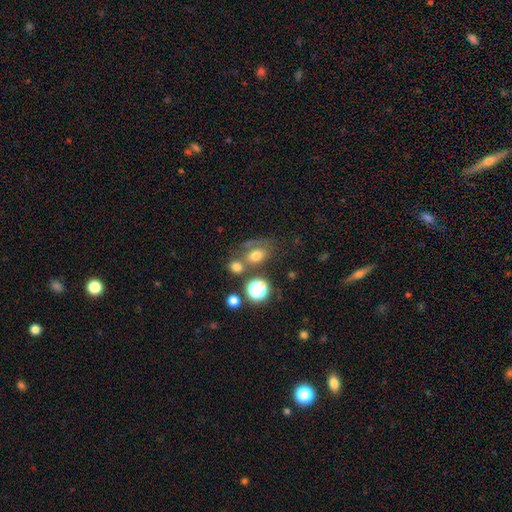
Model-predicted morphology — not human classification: The model was most divided on "merging": none: 46%, merger: 27%, minor disturbance: 16%, major disturbance: 11%. More confident: smooth or featured — smooth (67%); how rounded — in between (60%).